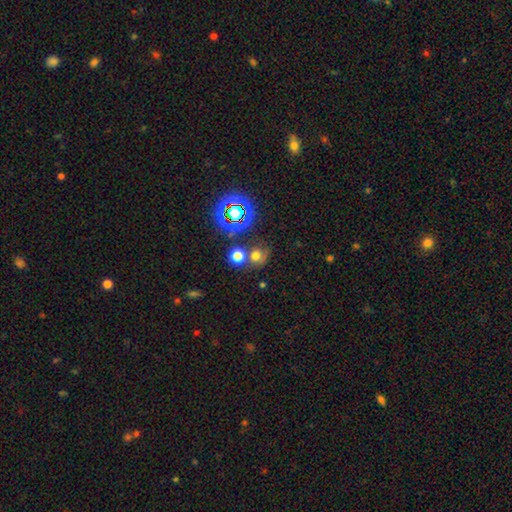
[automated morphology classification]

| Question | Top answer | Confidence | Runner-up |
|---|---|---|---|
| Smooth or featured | smooth | 59% | star or artifact (27%) |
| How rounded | round | 78% | in between (21%) |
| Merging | none | 49% | merger (32%) |